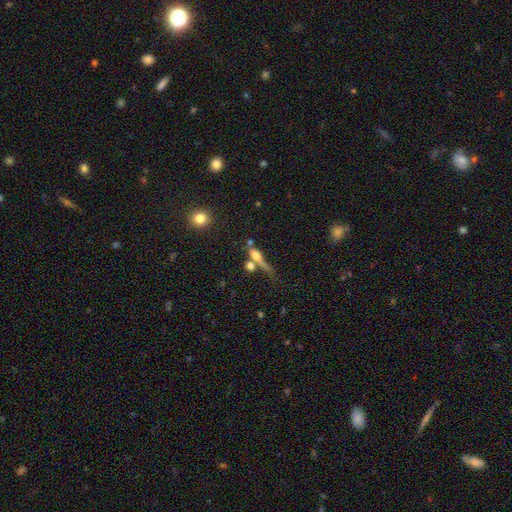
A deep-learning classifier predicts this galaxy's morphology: A smooth galaxy with no disk features (50%). Merging: none (39%).